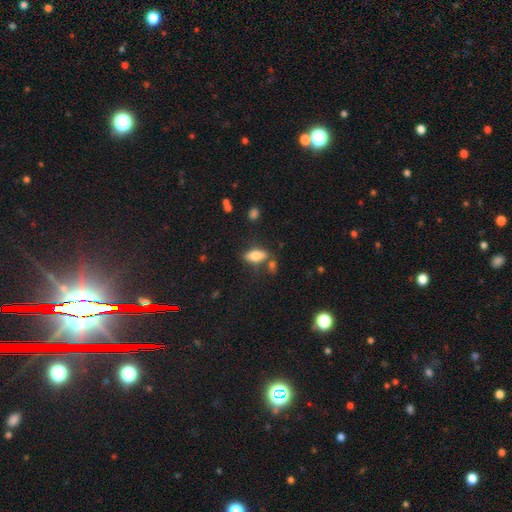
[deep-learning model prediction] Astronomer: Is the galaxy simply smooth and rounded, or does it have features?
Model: smooth — 74%.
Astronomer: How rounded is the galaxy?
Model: in between — 79%.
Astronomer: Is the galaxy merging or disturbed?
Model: none — 70%.